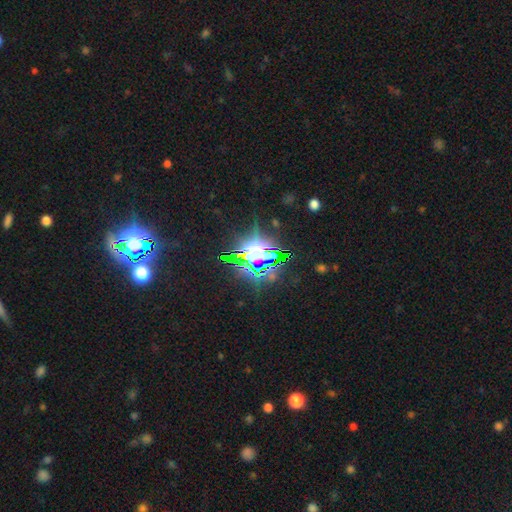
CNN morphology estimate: Smooth or featured?
  - star or artifact: 80% *
  - smooth: 10%
  - featured or disk: 10%